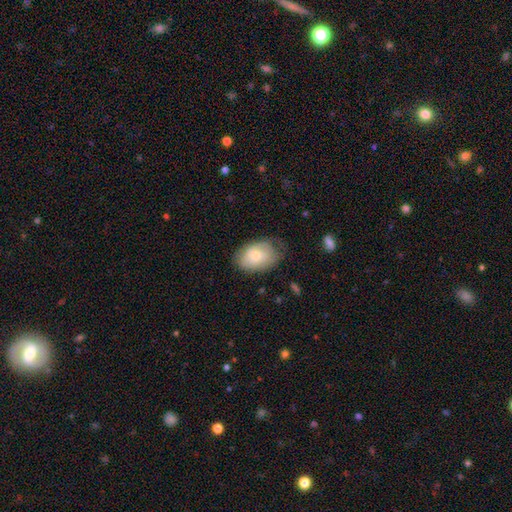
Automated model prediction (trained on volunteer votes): Smooth or featured? smooth (70%)
How rounded? in between (85%)
Merging? none (62%)